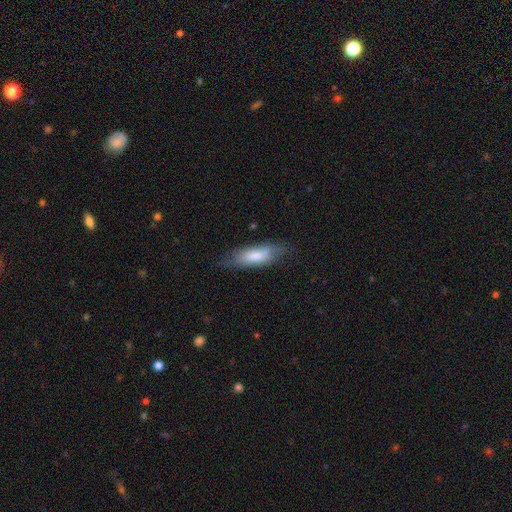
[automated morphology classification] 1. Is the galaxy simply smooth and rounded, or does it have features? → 70% smooth, 24% featured or disk, 6% star or artifact.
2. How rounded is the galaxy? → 61% in between, 37% cigar-shaped, 2% round.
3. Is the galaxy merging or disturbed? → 63% none, 26% minor disturbance, 9% major disturbance, 2% merger.